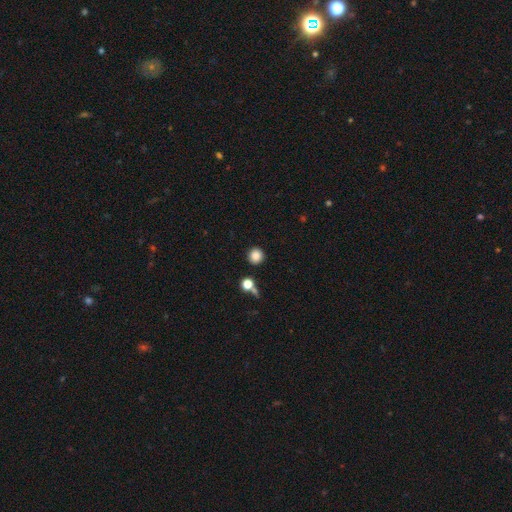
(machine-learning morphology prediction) Smooth or featured?
  - smooth: 85% *
  - star or artifact: 11%
  - featured or disk: 4%
How rounded?
  - round: 94% *
  - in between: 5%
  - cigar-shaped: 1%
Merging?
  - none: 87% *
  - minor disturbance: 6%
  - merger: 4%
  - major disturbance: 3%